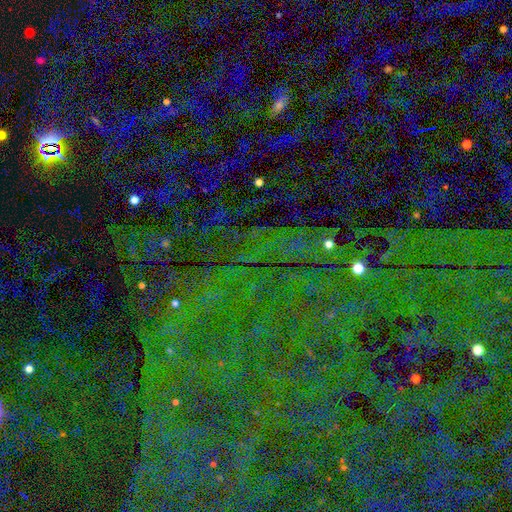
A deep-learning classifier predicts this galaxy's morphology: smooth_or_featured: star or artifact (p=0.83) [alt: smooth p=0.09]